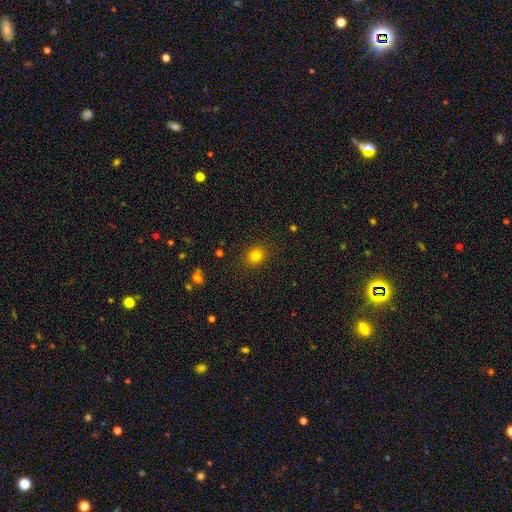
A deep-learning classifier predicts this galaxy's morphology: Smooth or featured? smooth (81%)
How rounded? round (73%)
Merging? none (89%)